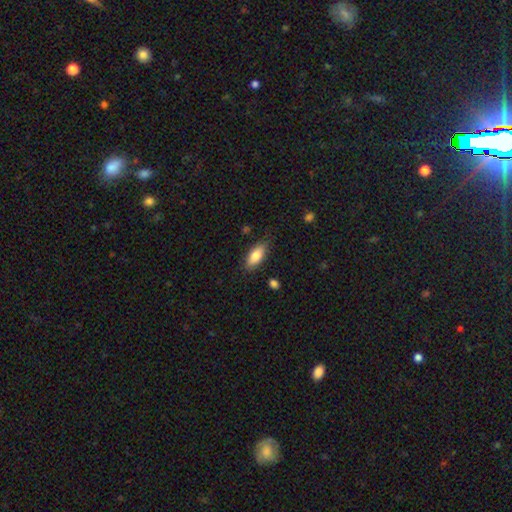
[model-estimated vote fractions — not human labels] smooth_or_featured: smooth (p=0.82) [alt: featured or disk p=0.12]
how_rounded: in between (p=0.83) [alt: cigar-shaped p=0.15]
merging: none (p=0.82) [alt: minor disturbance p=0.13]